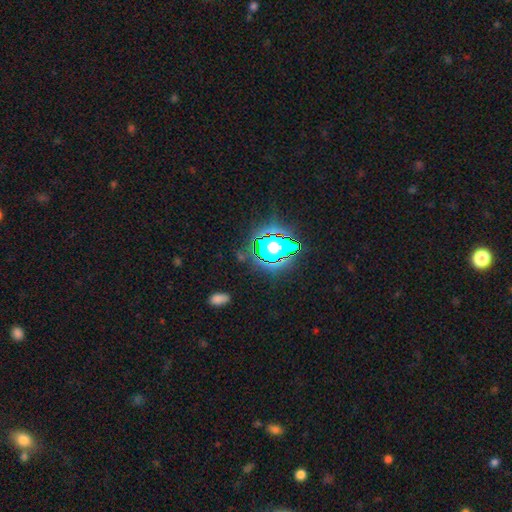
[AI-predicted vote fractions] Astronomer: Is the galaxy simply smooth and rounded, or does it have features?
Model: star or artifact — 83%.